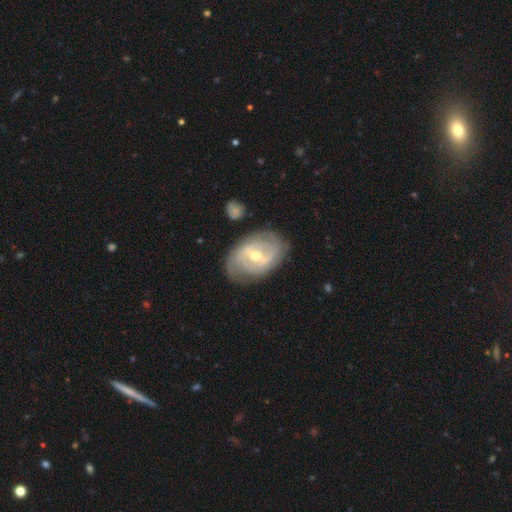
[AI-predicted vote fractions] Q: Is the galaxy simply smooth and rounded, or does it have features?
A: featured or disk — 82%.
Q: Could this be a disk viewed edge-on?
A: no — 95%.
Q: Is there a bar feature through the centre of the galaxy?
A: weak — 50%.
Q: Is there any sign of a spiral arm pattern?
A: yes — 87%.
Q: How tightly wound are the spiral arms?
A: tight — 54%.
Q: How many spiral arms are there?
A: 2 — 52%.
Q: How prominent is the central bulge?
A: moderate — 59%.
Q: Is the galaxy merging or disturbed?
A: none — 77%.